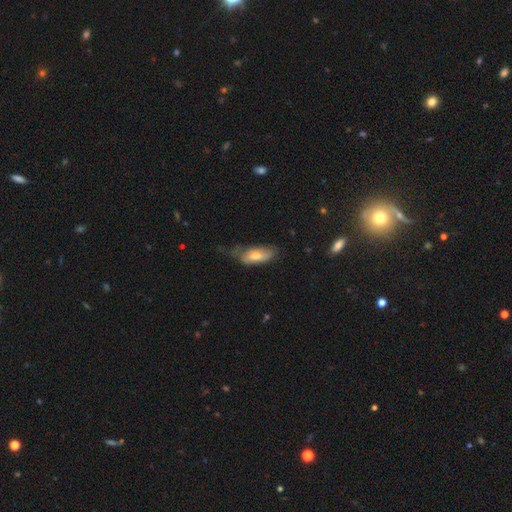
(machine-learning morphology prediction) smooth 64%, featured or disk 29%, star or artifact 7%. Down the decision tree: how rounded — in between (78%); merging — none (40%).